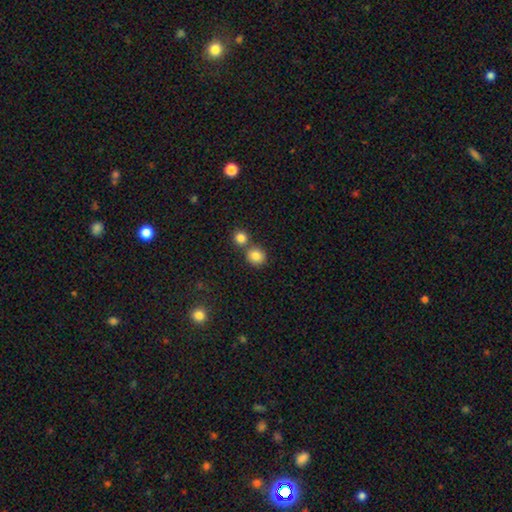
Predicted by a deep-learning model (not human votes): A smooth galaxy with no disk features (83%) that is round (84%).

Vote fractions:
- Smooth or featured? smooth: 83% / star or artifact: 11% / featured or disk: 6%
- How rounded? round: 84% / in between: 15% / cigar-shaped: 1%
- Merging? none: 64% / merger: 26% / minor disturbance: 8% / major disturbance: 2%